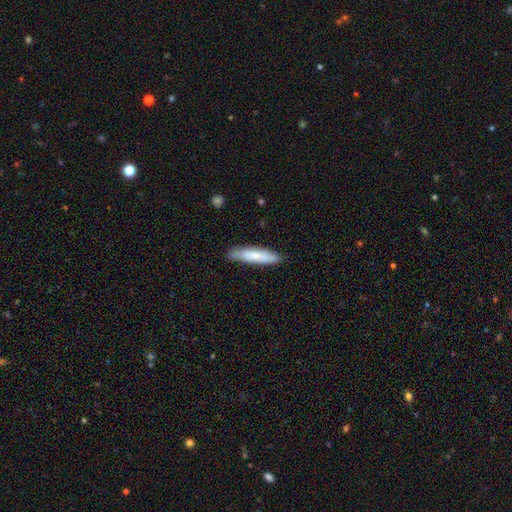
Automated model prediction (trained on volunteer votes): The model was most divided on "smooth or featured": smooth: 72%, featured or disk: 22%, star or artifact: 6%. More confident: merging — none (83%); how rounded — cigar-shaped (77%).